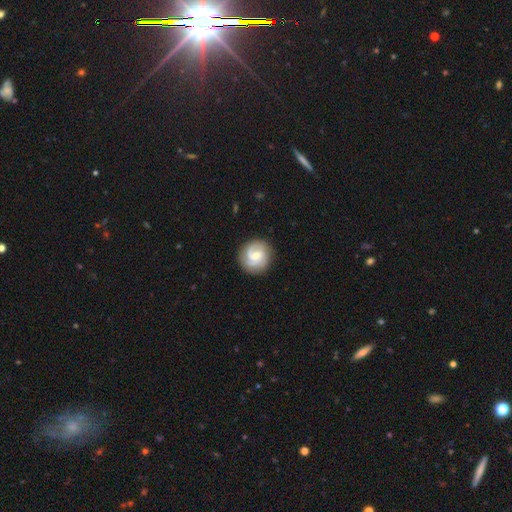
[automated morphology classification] Overall: featured or disk (79%). Edge-on disk: no (98%). Bar: weak (47%; no 42%). Spiral arms: yes (95%). Spiral arm count: 2 (57%; 3 20%). Spiral winding: tight (50%; medium 38%). Bulge size: moderate (51%; small 45%). Merging: none (84%).